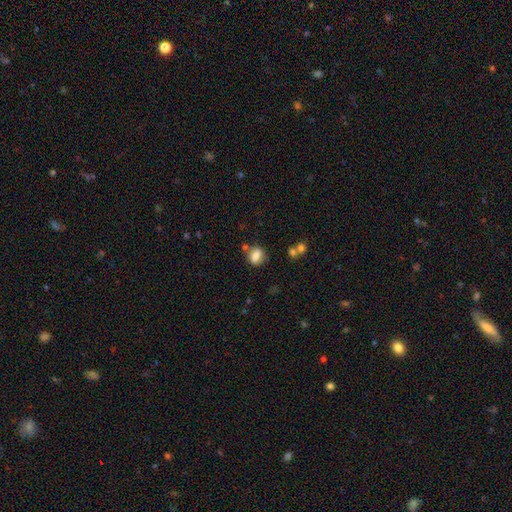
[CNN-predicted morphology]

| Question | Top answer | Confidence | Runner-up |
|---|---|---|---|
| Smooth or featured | smooth | 76% | featured or disk (15%) |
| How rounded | in between | 53% | round (45%) |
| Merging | none | 67% | minor disturbance (16%) |